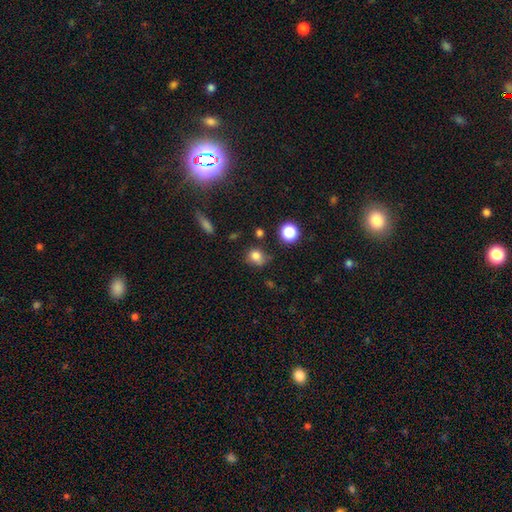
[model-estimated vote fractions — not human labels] Smooth or featured? Predicted: smooth (p=0.78). How rounded? Predicted: round (p=0.68). Merging? Predicted: none (p=0.60).